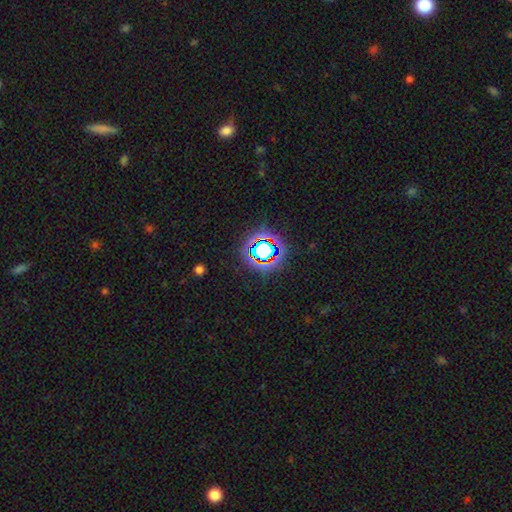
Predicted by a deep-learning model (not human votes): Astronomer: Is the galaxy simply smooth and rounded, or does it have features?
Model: star or artifact — 76%.